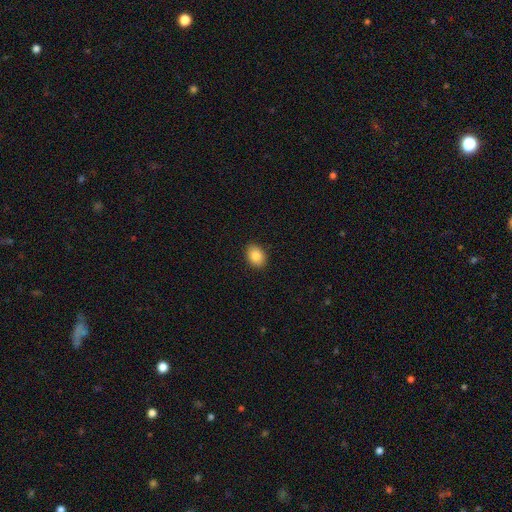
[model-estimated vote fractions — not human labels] This is clearly a smooth galaxy (86%). How rounded: likely in between (68%). Merging: clearly none (90%).